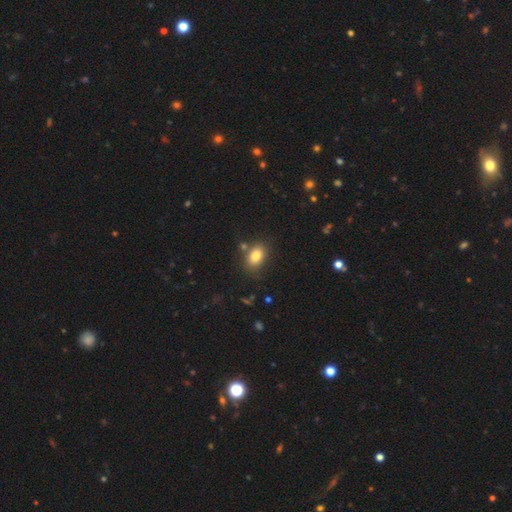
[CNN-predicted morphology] A smooth galaxy with no disk features (83%) that is in between round and cigar-shaped (82%). Merging: none (74%).